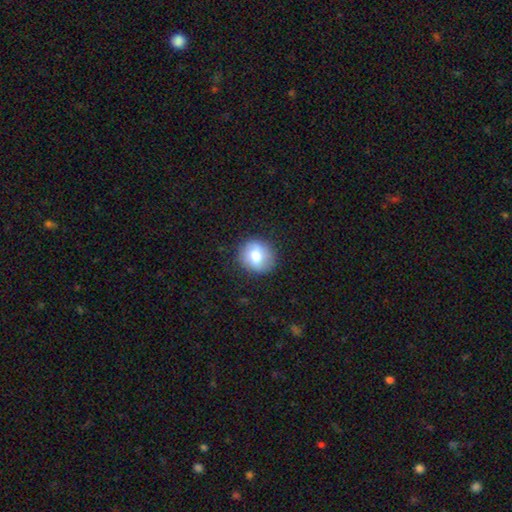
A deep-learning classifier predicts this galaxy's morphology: smooth-or-featured: smooth: 74% | featured or disk: 18% | star or artifact: 8%
  how-rounded: round: 85% | in between: 14% | cigar-shaped: 1%
  merging: none: 85% | minor disturbance: 11% | major disturbance: 3% | merger: 1%